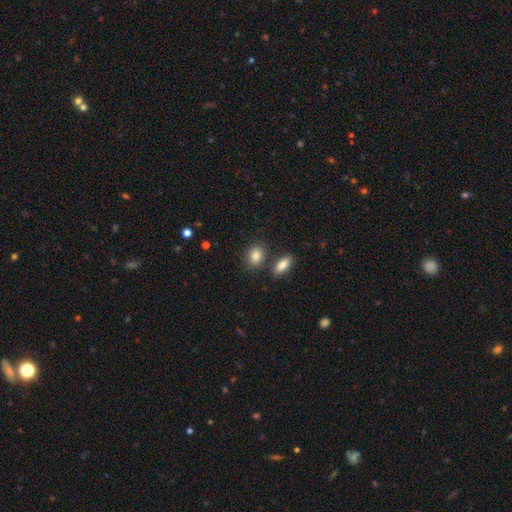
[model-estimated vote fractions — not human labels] Overall: smooth (86%). How rounded: in between (64%; round 34%). Merging: none (72%).